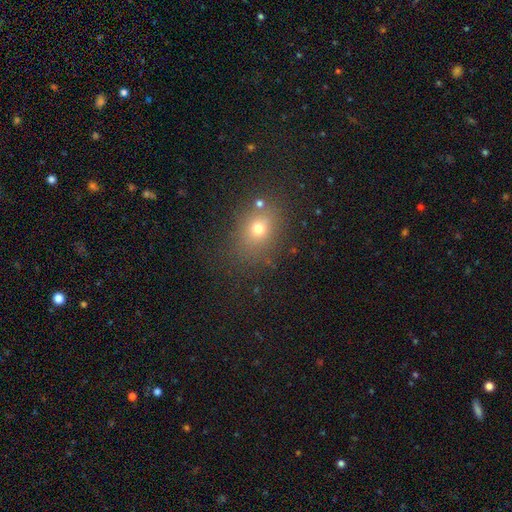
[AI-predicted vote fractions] This is likely a smooth galaxy (62%). How rounded: possibly round (53%). Merging: likely none (78%).